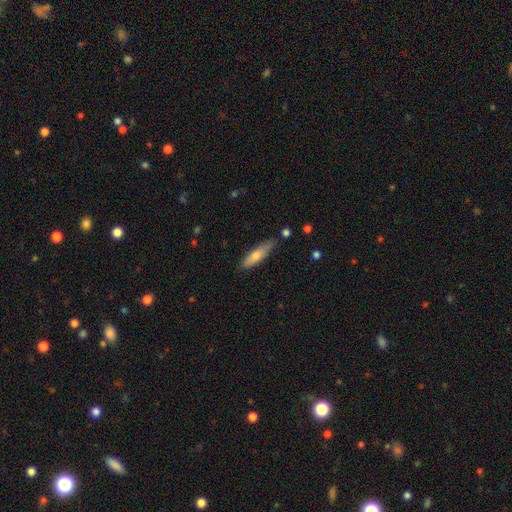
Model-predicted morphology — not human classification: smooth 69%, featured or disk 25%, star or artifact 6%. Down the decision tree: how rounded — cigar-shaped (69%); merging — none (76%).